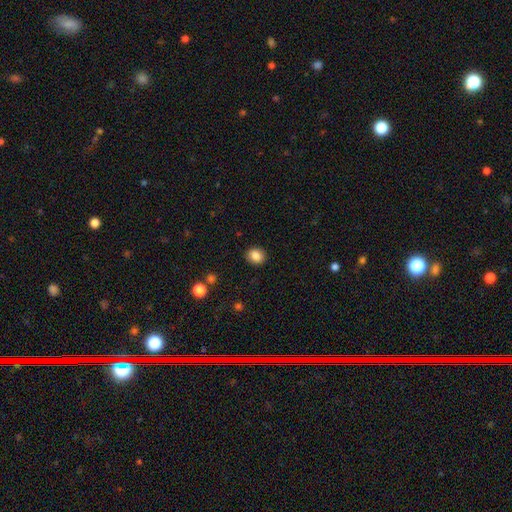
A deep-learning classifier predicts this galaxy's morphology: A smooth galaxy with no disk features (85%) that is round (68%). Merging: none (90%).